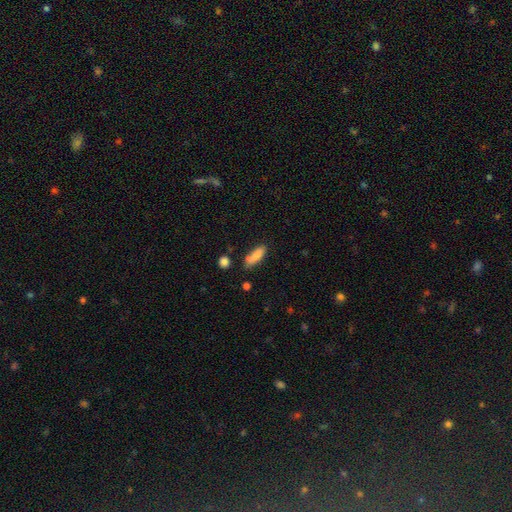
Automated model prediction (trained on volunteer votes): This appears to be a smooth galaxy with no disk features (81%) that is in between round and cigar-shaped (63%). Merging: none (61%).